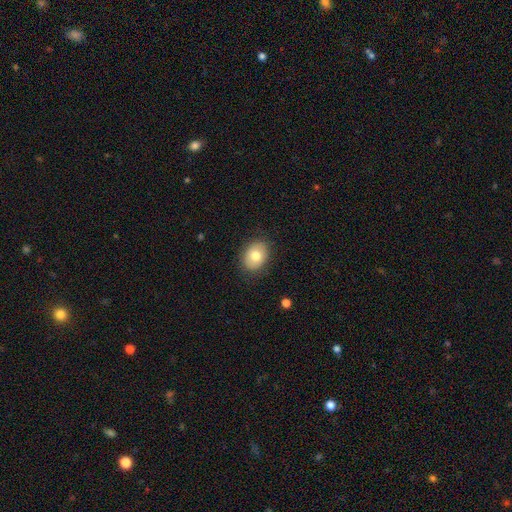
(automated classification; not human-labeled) This appears to be a smooth galaxy with no disk features (76%) that is in between round and cigar-shaped (58%). Merging: none (86%).